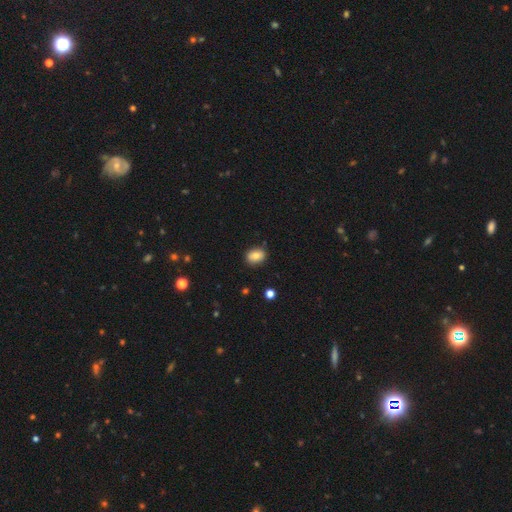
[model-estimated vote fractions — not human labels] The model was most divided on "how rounded": in between: 70%, round: 29%, cigar-shaped: 1%. More confident: merging — none (85%); smooth or featured — smooth (79%).